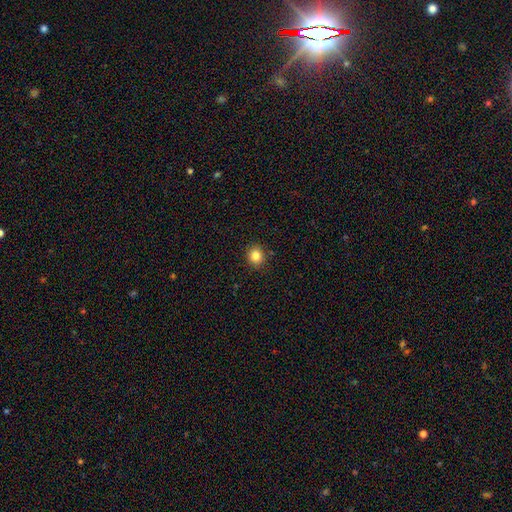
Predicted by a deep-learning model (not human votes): Q: Smooth or featured?
A: smooth (83%); runner-up: star or artifact (11%)
Q: How rounded?
A: round (81%); runner-up: in between (18%)
Q: Merging?
A: none (90%); runner-up: minor disturbance (7%)